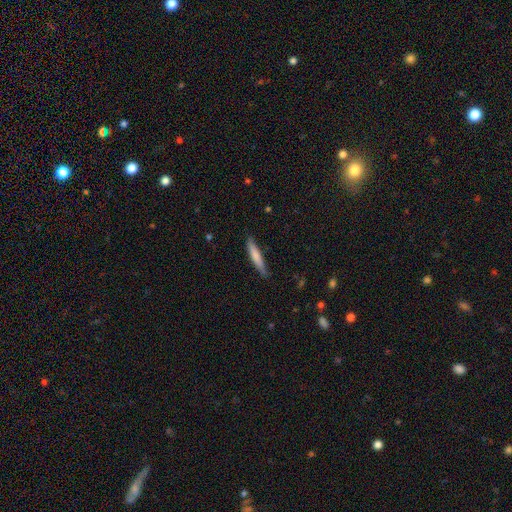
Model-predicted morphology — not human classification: This appears to be a smooth galaxy with no disk features (73%) that is cigar-shaped (90%). Merging: none (82%).